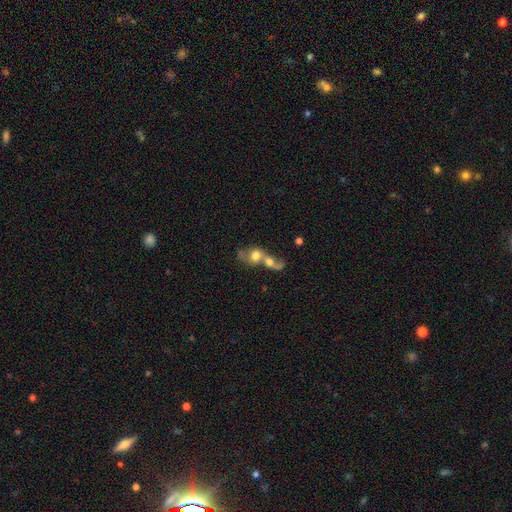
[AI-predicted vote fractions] A smooth galaxy with no disk features (59%) that is round (60%).

Vote fractions:
- Smooth or featured? smooth: 59% / featured or disk: 31% / star or artifact: 11%
- How rounded? round: 60% / in between: 37% / cigar-shaped: 3%
- Merging? merger: 81% / none: 9% / major disturbance: 6% / minor disturbance: 4%